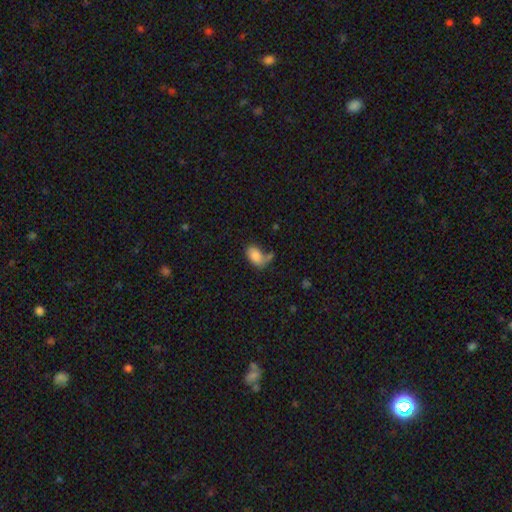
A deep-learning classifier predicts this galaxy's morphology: This appears to be a smooth galaxy with no disk features (78%) that is in between round and cigar-shaped (89%). Merging: none (40%).